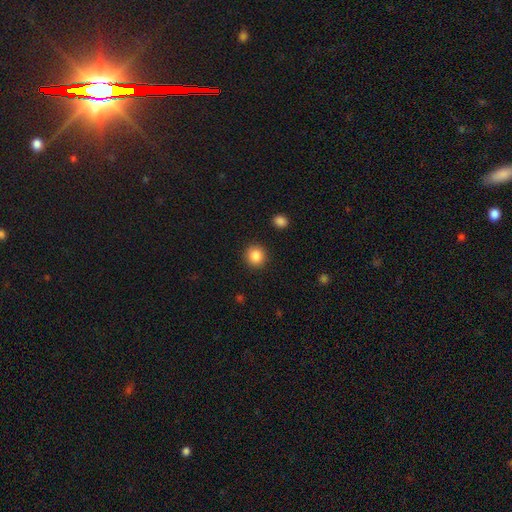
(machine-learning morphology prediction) This appears to be a smooth galaxy with no disk features (86%) that is round (92%). Merging: none (91%).